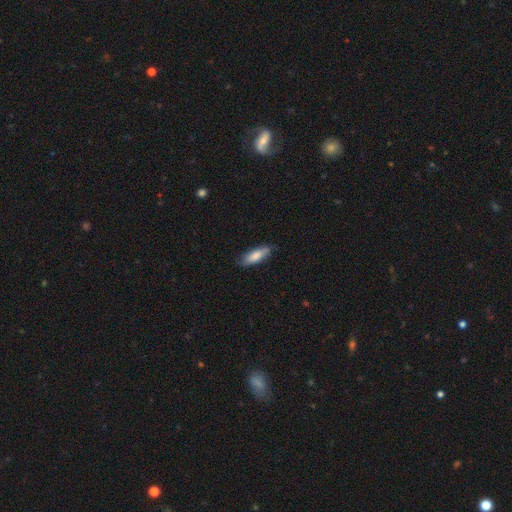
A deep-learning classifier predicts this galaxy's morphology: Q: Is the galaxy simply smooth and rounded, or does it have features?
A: smooth — 78%.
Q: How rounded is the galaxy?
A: in between — 56%.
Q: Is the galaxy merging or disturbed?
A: none — 76%.